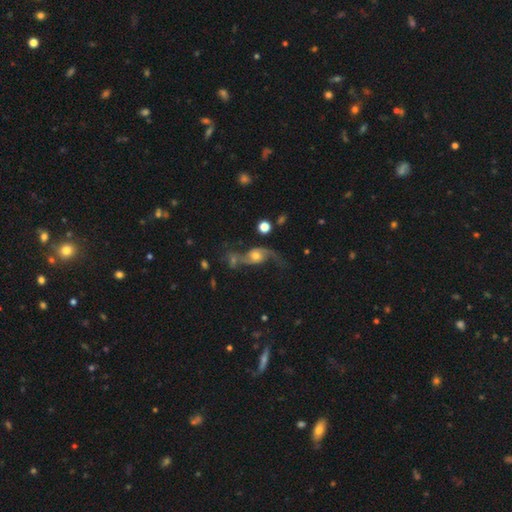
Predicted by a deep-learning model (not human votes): Smooth or featured?
  - featured or disk: 79% *
  - smooth: 13%
  - star or artifact: 8%
Edge-on disk?
  - no: 95% *
  - yes: 5%
Bar?
  - no: 68% *
  - weak: 25%
  - strong: 6%
Spiral arms?
  - yes: 93% *
  - no: 7%
Spiral winding?
  - loose: 79% *
  - medium: 17%
  - tight: 4%
Spiral arm count?
  - 2: 87% *
  - 1: 7%
  - can't tell: 2%
  - 3: 1%
  - 4: 1%
  - more than 4: 1%
Bulge size?
  - moderate: 59% *
  - small: 27%
  - large: 10%
  - none: 2%
  - dominant: 2%
Merging?
  - none: 48% *
  - major disturbance: 19%
  - minor disturbance: 18%
  - merger: 15%